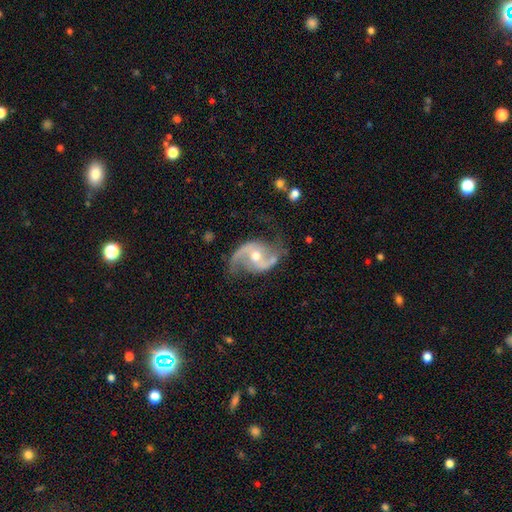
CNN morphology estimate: Q: Smooth or featured?
A: featured or disk (91%); runner-up: star or artifact (5%)
Q: Edge-on disk?
A: no (98%); runner-up: yes (2%)
Q: Bar?
A: no (45%); runner-up: weak (37%)
Q: Spiral arms?
A: yes (97%); runner-up: no (3%)
Q: Spiral winding?
A: loose (54%); runner-up: medium (38%)
Q: Spiral arm count?
A: 2 (93%); runner-up: 1 (2%)
Q: Bulge size?
A: moderate (66%); runner-up: small (29%)
Q: Merging?
A: none (73%); runner-up: minor disturbance (17%)